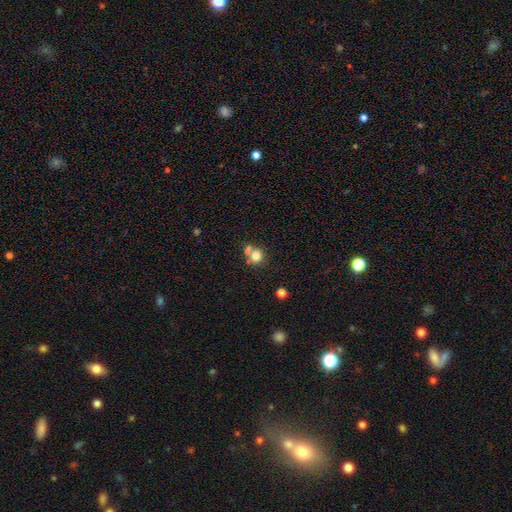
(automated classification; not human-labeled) smooth_or_featured: smooth (p=0.76) [alt: star or artifact p=0.12]
how_rounded: round (p=0.83) [alt: in between p=0.16]
merging: none (p=0.51) [alt: merger p=0.35]